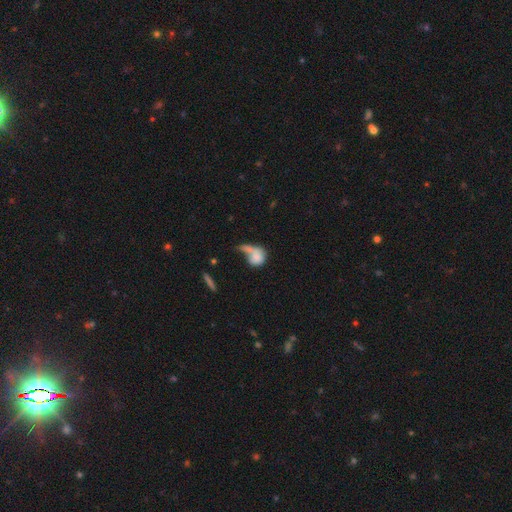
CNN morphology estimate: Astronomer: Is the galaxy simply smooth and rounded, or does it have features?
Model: smooth — 71%.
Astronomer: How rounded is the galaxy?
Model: round — 56% (runner-up: in between, 41%).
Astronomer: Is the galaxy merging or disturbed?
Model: major disturbance — 32%, tied with merger at 32%.